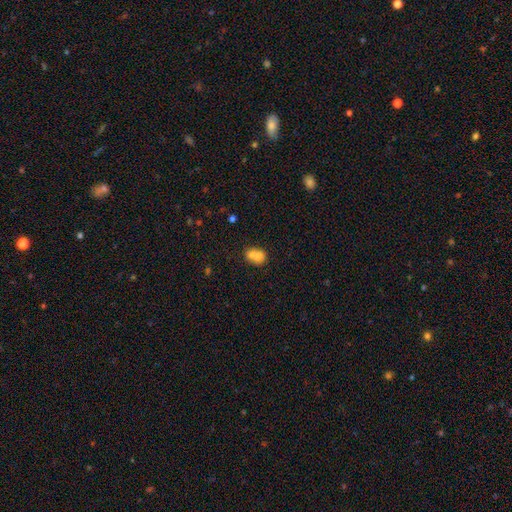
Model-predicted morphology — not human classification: type=smooth (72%); roundness=round (53%); merging=merger (59%).